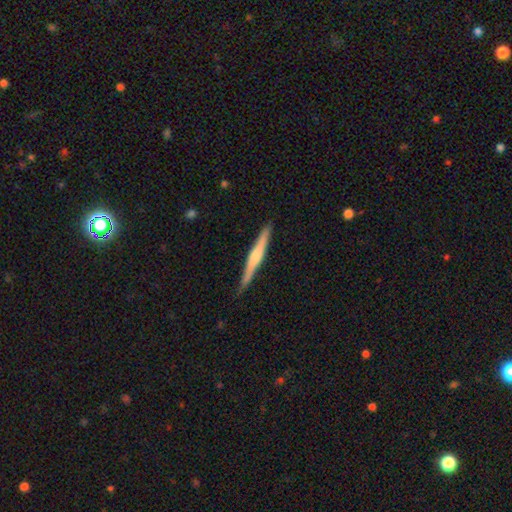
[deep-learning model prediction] A featured or disk galaxy (58%) viewed edge-on (97%) with a rounded central bulge (56%). Merging: none (87%).